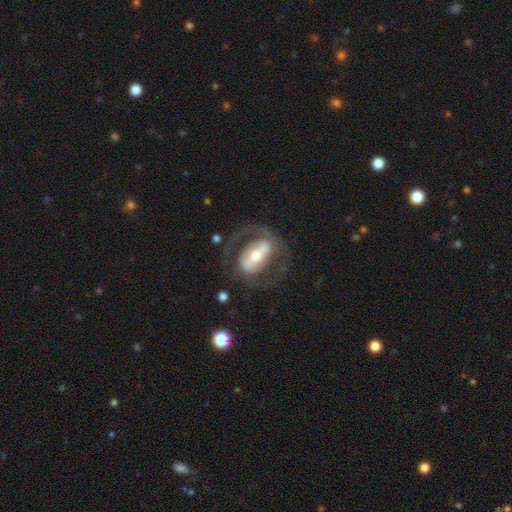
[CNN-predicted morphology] smooth-or-featured: featured or disk: 77% | smooth: 18% | star or artifact: 5%
  disk-edge-on: no: 92% | yes: 8%
    bar: strong: 62% | weak: 22% | no: 15%
    has-spiral-arms: yes: 59% | no: 41%
    bulge-size: moderate: 61% | small: 28% | large: 9% | dominant: 2% | none: 1%
  merging: none: 65% | major disturbance: 19% | minor disturbance: 14% | merger: 2%